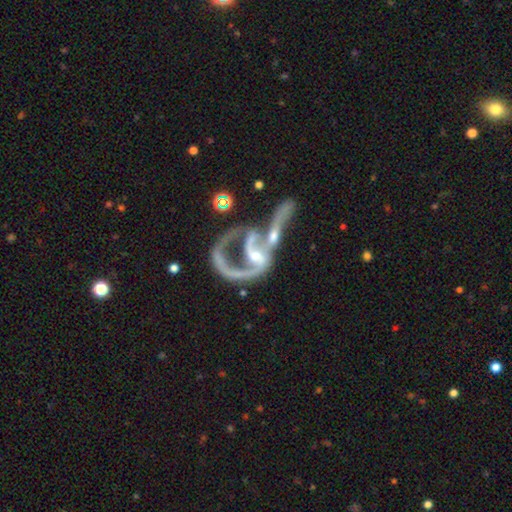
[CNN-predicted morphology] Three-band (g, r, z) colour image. It shows a featured or disk galaxy (84%) with no bar (48%), 2 (45%) loose (56%) spiral arms (80%) and a small central bulge (48%). Merging: merger (56%).